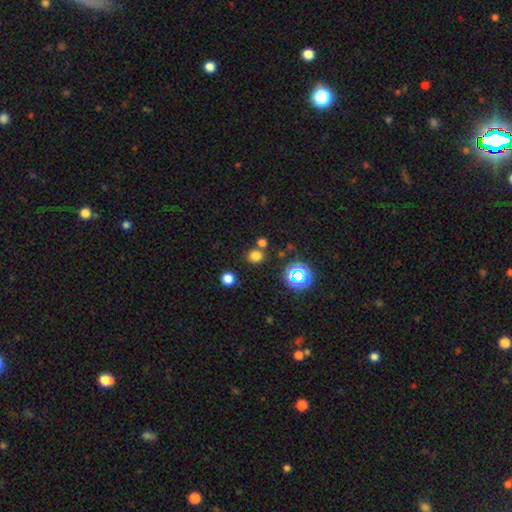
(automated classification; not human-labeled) A smooth galaxy with no disk features (71%) that is round (81%). Merging: none (72%).